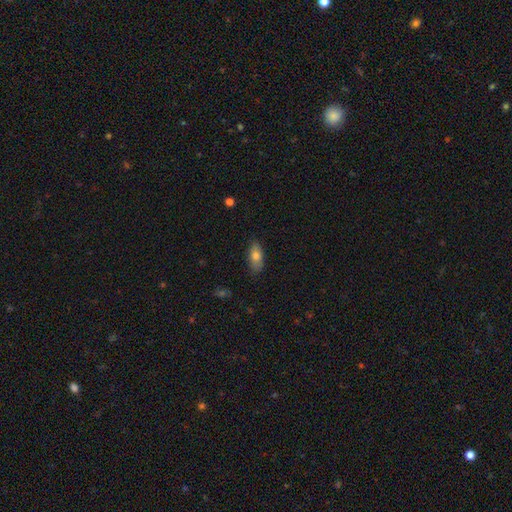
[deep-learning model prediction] Smooth or featured? smooth (76%)
How rounded? in between (85%)
Merging? none (81%)